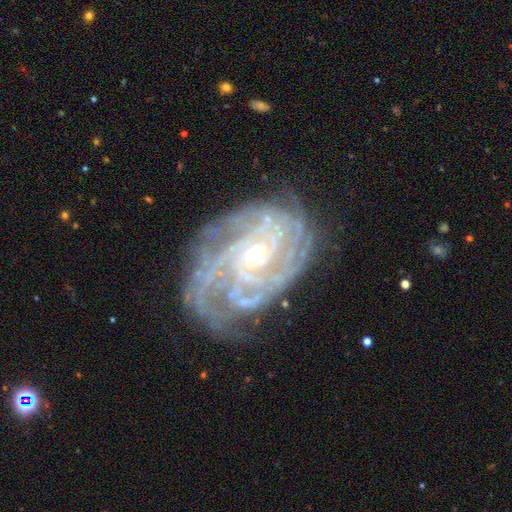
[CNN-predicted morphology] A featured or disk galaxy (90%) with no bar (59%), tight (76%) spiral arms (98%) and a small central bulge (69%). Merging: none (71%).